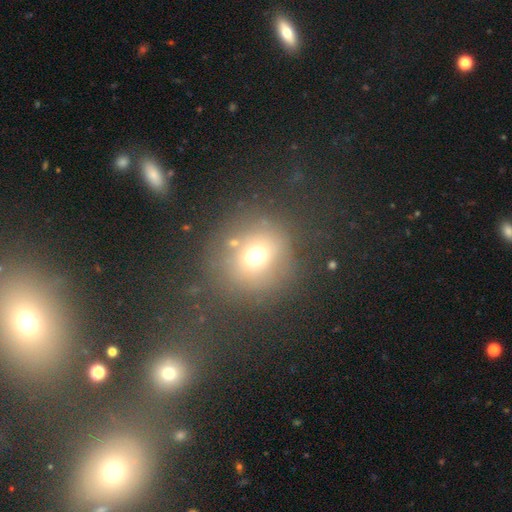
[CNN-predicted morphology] Overall: smooth (66%). How rounded: round (86%). Merging: none (67%).